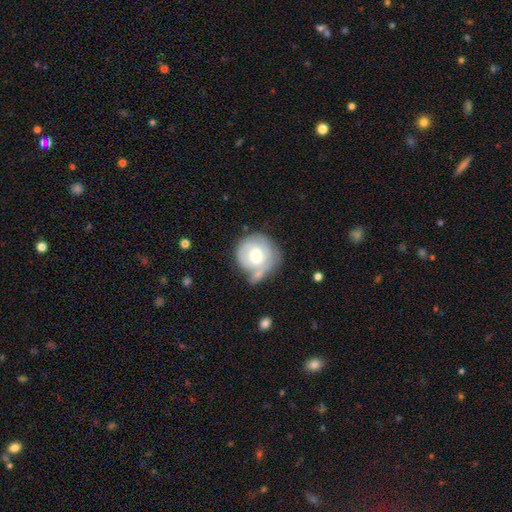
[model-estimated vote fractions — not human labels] Morphology: type=smooth (59%); roundness=round (91%); merging=none (47%).